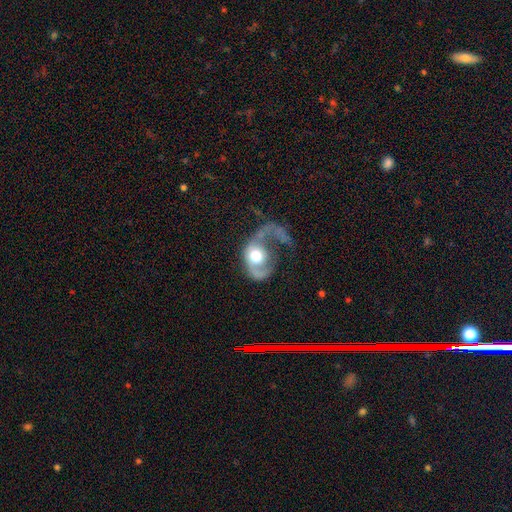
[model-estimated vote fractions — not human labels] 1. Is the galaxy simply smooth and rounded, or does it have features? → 63% featured or disk, 31% smooth, 6% star or artifact.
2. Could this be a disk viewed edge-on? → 96% no, 4% yes.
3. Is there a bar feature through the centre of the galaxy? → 83% no, 13% weak, 4% strong.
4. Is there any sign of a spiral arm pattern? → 67% yes, 33% no.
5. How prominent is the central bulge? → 58% moderate, 33% large, 4% small, 4% dominant, 1% none.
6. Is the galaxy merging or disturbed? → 66% major disturbance, 15% none, 13% minor disturbance, 5% merger.